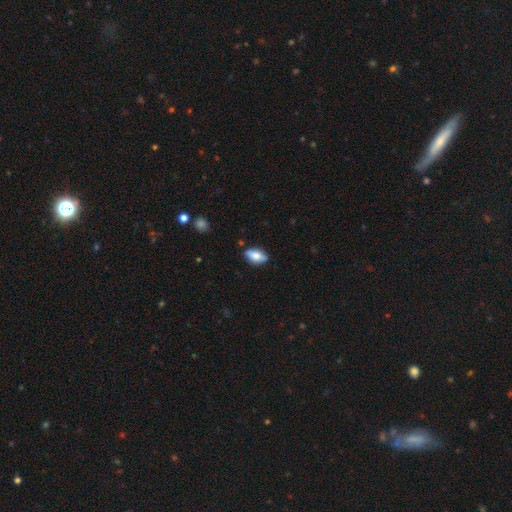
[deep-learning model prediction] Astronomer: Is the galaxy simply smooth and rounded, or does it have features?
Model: smooth — 75%.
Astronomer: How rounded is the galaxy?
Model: in between — 88%.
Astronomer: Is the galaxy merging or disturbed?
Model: none — 81%.